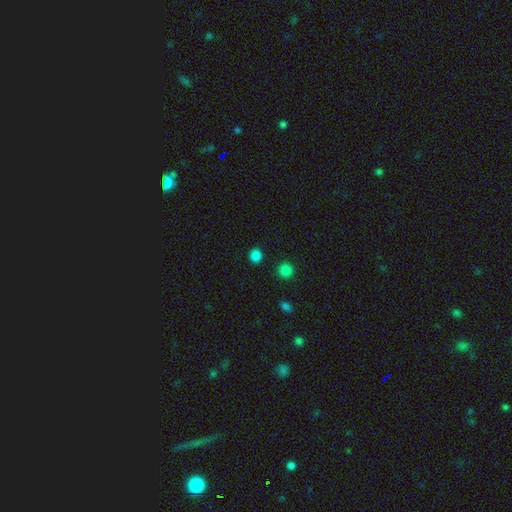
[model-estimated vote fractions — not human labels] Smooth or featured: smooth — 83% (star or artifact — 14%)
How rounded: round — 83% (in between — 16%)
Merging: none — 90% (minor disturbance — 5%)